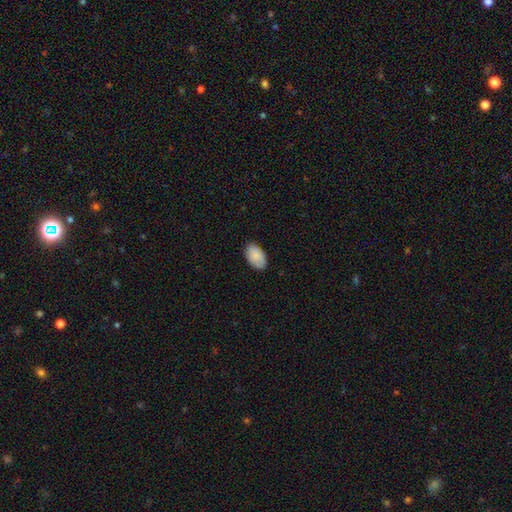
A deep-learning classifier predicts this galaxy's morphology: Overall: smooth (87%). How rounded: in between (93%). Merging: none (84%).